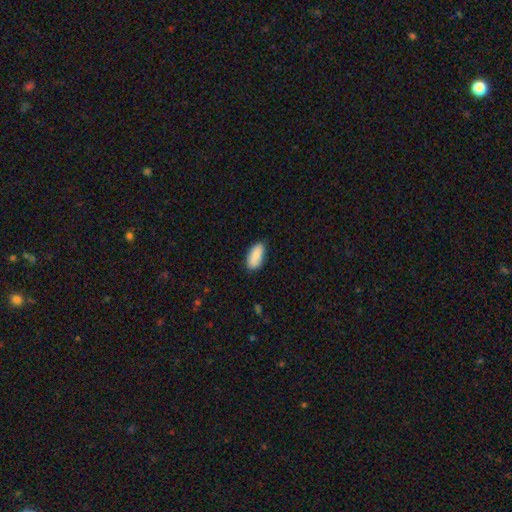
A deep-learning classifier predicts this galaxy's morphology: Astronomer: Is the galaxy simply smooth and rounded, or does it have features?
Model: smooth — 86%.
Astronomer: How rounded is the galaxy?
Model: in between — 92%.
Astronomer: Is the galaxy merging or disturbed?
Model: none — 81%.